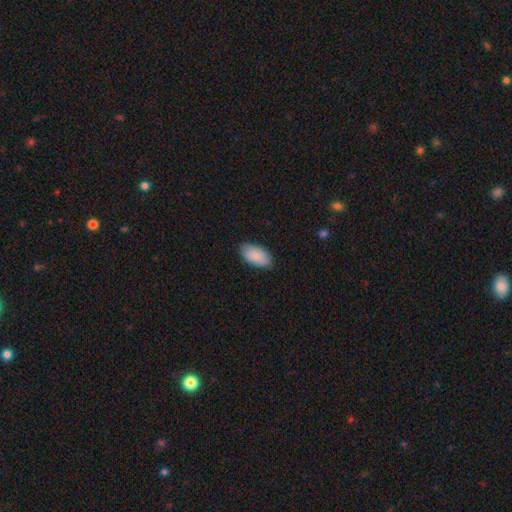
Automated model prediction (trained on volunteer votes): smooth 88%, featured or disk 6%, star or artifact 6%. Down the decision tree: how rounded — in between (95%); merging — none (85%).